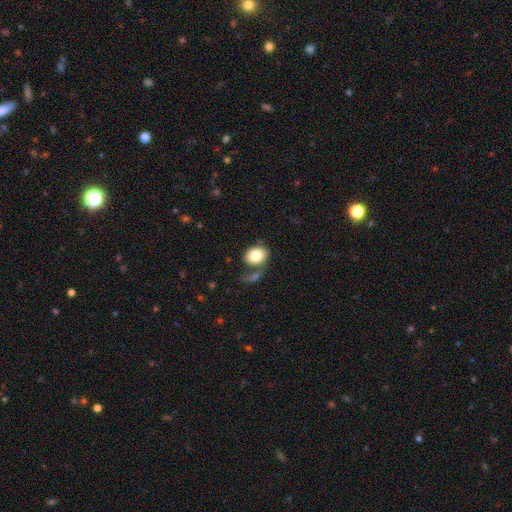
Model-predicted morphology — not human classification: smooth 81%, featured or disk 11%, star or artifact 8%. Down the decision tree: how rounded — in between (60%); merging — none (53%).